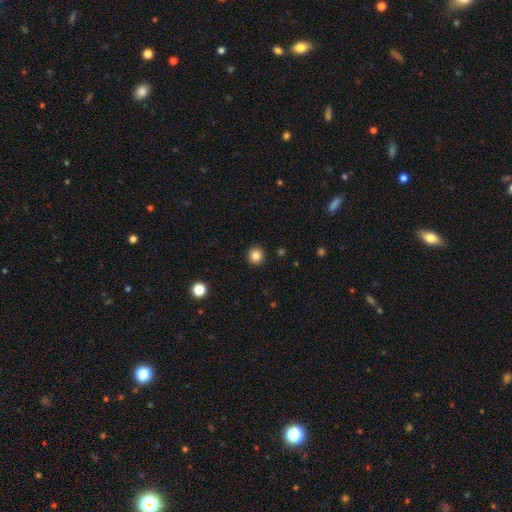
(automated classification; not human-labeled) Smooth or featured? Predicted: smooth (p=0.84). How rounded? Predicted: round (p=0.95). Merging? Predicted: none (p=0.93).